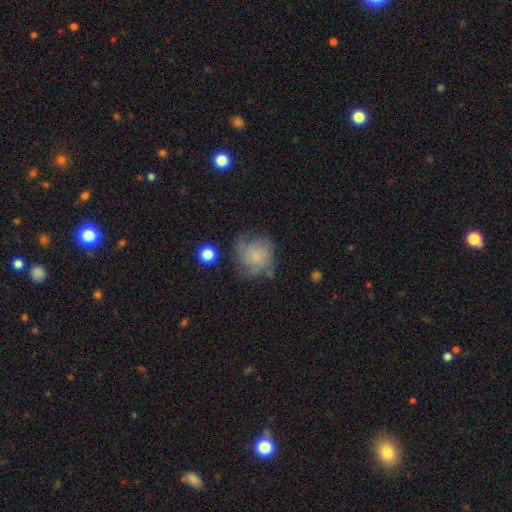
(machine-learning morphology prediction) smooth-or-featured: smooth: 55% | featured or disk: 35% | star or artifact: 10%
  how-rounded: round: 80% | in between: 19% | cigar-shaped: 1%
  merging: none: 51% | minor disturbance: 29% | major disturbance: 16% | merger: 4%